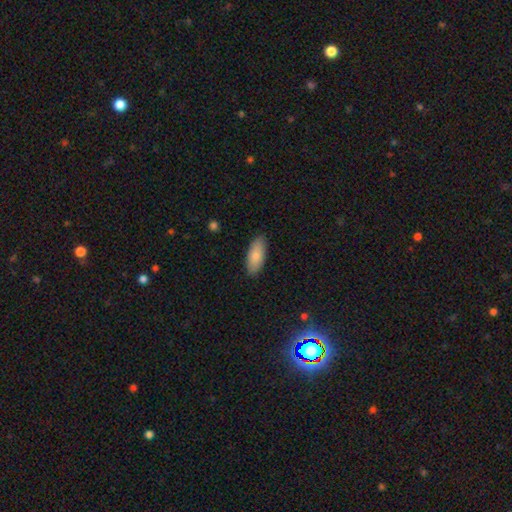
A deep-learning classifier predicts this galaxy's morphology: smooth-or-featured: smooth: 83% | featured or disk: 11% | star or artifact: 6%
  how-rounded: in between: 86% | cigar-shaped: 12% | round: 2%
  merging: none: 87% | minor disturbance: 10% | major disturbance: 2% | merger: 1%